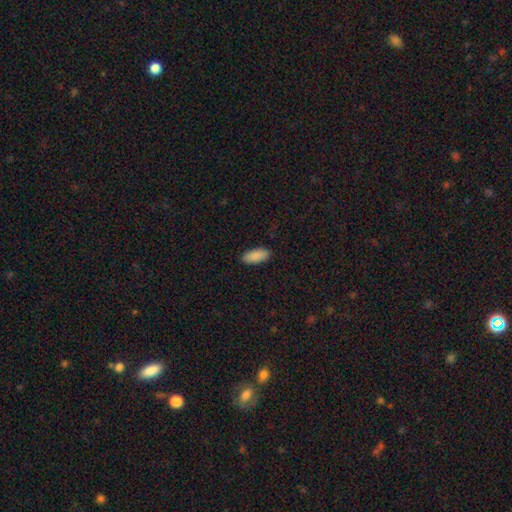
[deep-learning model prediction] A smooth galaxy with no disk features (90%) that is in between round and cigar-shaped (84%). Merging: none (90%).